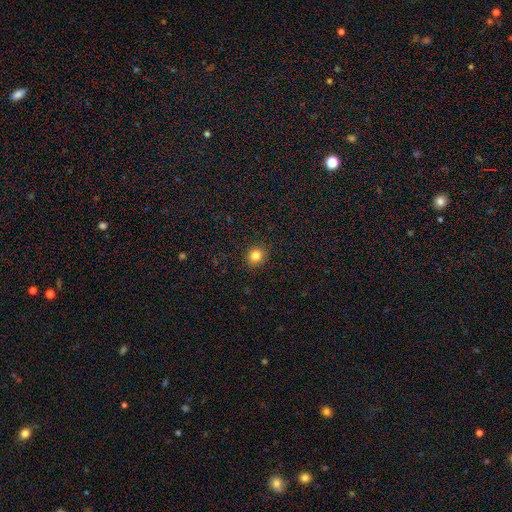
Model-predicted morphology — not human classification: This is clearly a smooth galaxy (83%). How rounded: clearly round (85%). Merging: clearly none (91%).